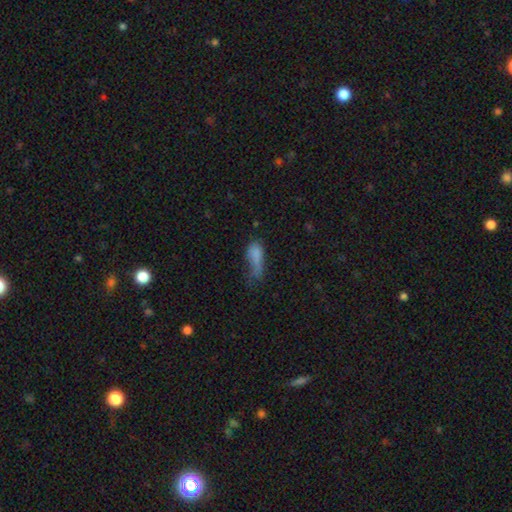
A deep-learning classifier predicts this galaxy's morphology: This appears to be a smooth galaxy with no disk features (73%) that is in between round and cigar-shaped (73%). Merging: major disturbance (43%).